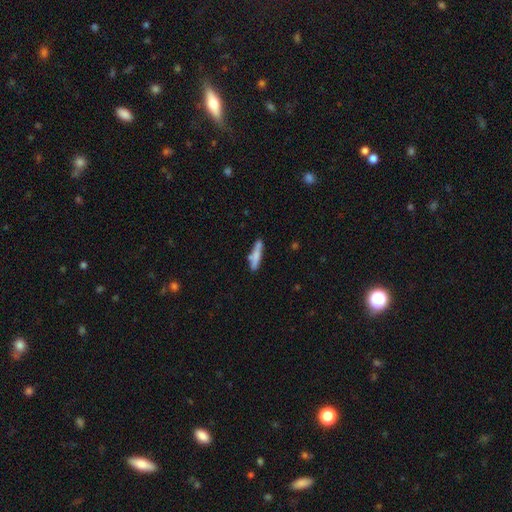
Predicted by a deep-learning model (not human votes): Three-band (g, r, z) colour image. It shows a smooth galaxy with no disk features (70%) that is cigar-shaped (86%). Merging: none (71%).